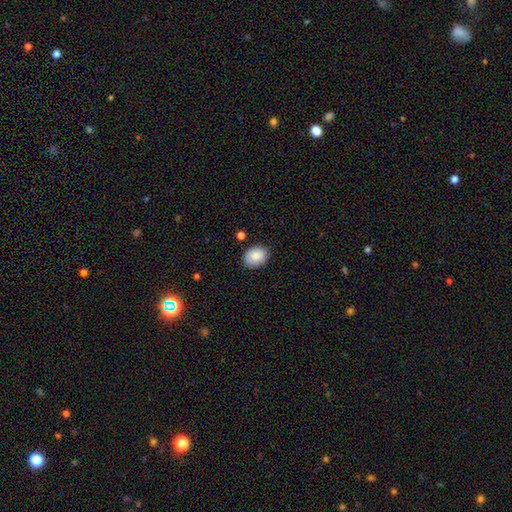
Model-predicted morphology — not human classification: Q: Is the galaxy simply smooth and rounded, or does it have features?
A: smooth — 88%.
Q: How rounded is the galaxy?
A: in between — 63%.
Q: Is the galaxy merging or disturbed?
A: none — 83%.